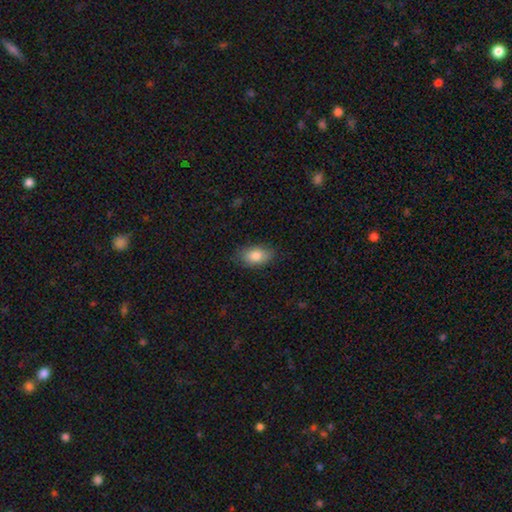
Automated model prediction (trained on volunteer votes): This is clearly a smooth galaxy (84%). How rounded: clearly in between (90%). Merging: clearly none (82%).